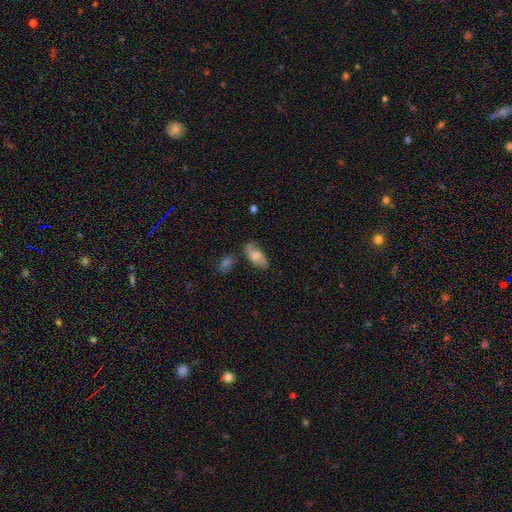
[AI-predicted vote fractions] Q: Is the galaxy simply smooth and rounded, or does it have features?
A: smooth — 49%.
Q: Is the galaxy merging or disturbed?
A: none — 60%.